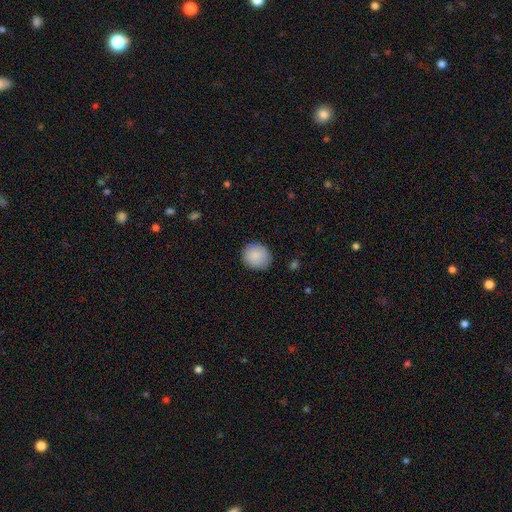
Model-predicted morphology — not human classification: Smooth or featured?
  - smooth: 88% *
  - star or artifact: 7%
  - featured or disk: 5%
How rounded?
  - round: 80% *
  - in between: 19%
  - cigar-shaped: 1%
Merging?
  - none: 87% *
  - minor disturbance: 9%
  - major disturbance: 2%
  - merger: 1%